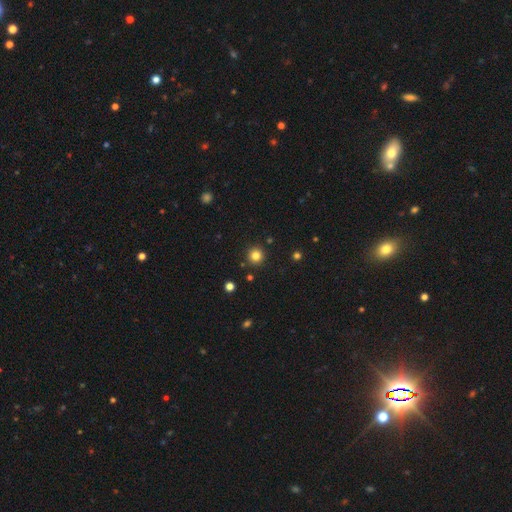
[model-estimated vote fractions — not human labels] Smooth or featured? smooth (82%)
How rounded? round (95%)
Merging? none (91%)